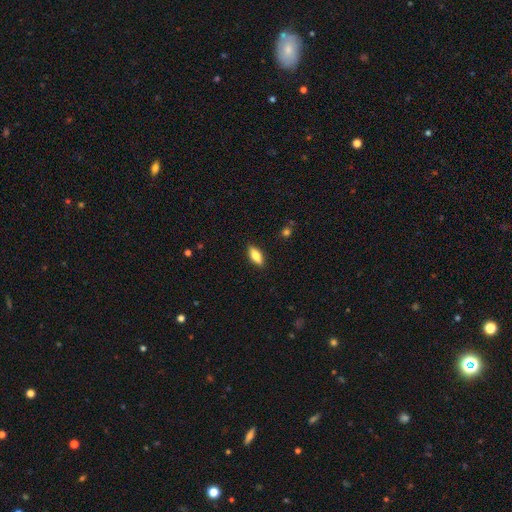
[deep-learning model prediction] This appears to be a smooth galaxy with no disk features (77%) that is in between round and cigar-shaped (76%). Merging: none (89%).